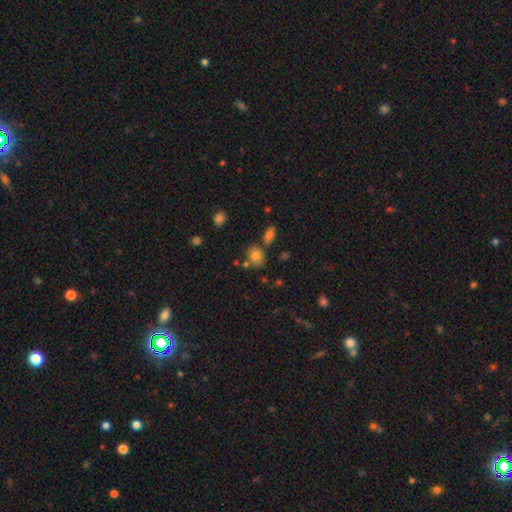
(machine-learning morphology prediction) smooth_or_featured: smooth (p=0.78) [alt: star or artifact p=0.11]
how_rounded: round (p=0.58) [alt: in between p=0.40]
merging: none (p=0.67) [alt: merger p=0.15]